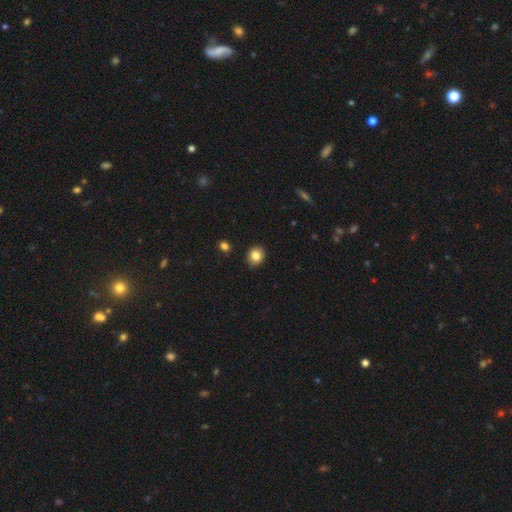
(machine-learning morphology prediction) This appears to be a smooth galaxy with no disk features (84%) that is round (72%). Merging: none (90%).